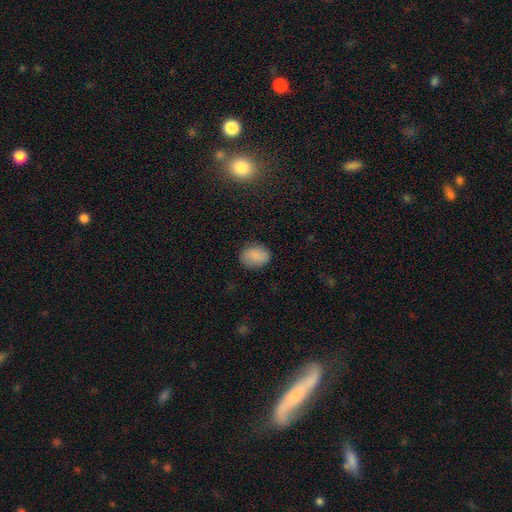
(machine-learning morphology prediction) smooth_or_featured: smooth (p=0.86) [alt: star or artifact p=0.09]
how_rounded: in between (p=0.57) [alt: round p=0.42]
merging: none (p=0.84) [alt: minor disturbance p=0.12]